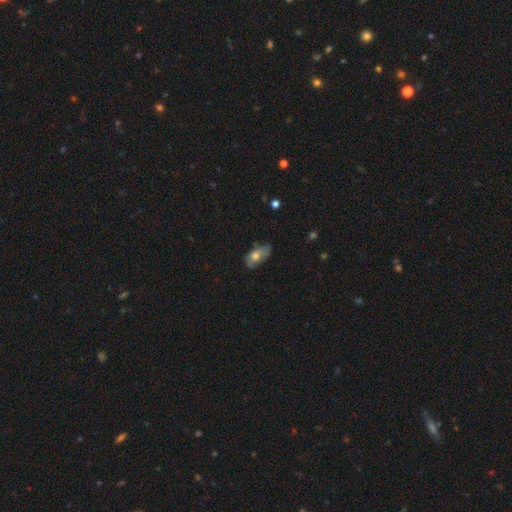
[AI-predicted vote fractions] This appears to be a smooth galaxy with no disk features (64%) that is in between round and cigar-shaped (89%). Merging: none (56%).